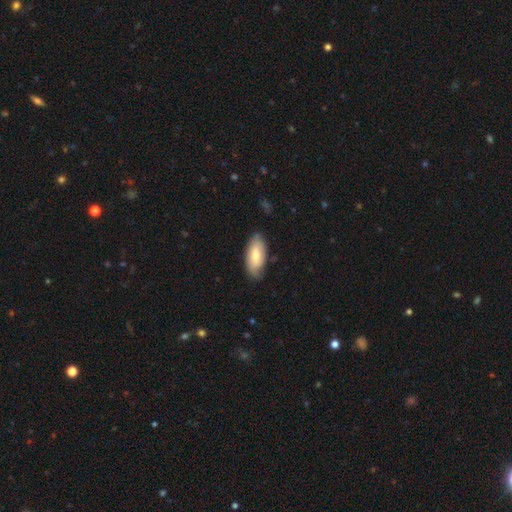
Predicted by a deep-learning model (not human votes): Smooth or featured: smooth — 69% (featured or disk — 25%)
How rounded: in between — 88% (cigar-shaped — 10%)
Merging: none — 77% (minor disturbance — 19%)